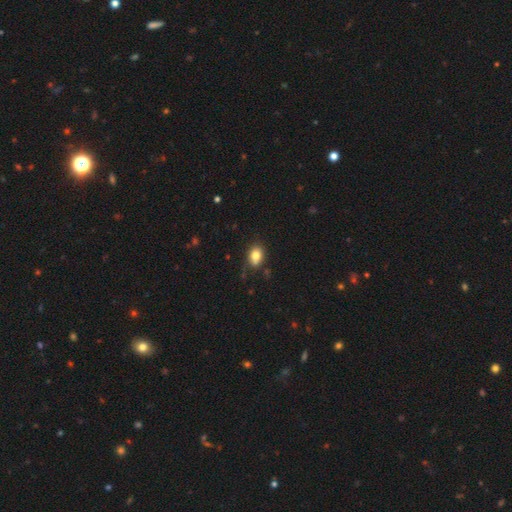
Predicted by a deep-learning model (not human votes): A smooth galaxy with no disk features (80%) that is in between round and cigar-shaped (61%).

Vote fractions:
- Smooth or featured? smooth: 80% / star or artifact: 10% / featured or disk: 10%
- How rounded? in between: 61% / round: 38% / cigar-shaped: 1%
- Merging? none: 69% / minor disturbance: 21% / merger: 6% / major disturbance: 5%